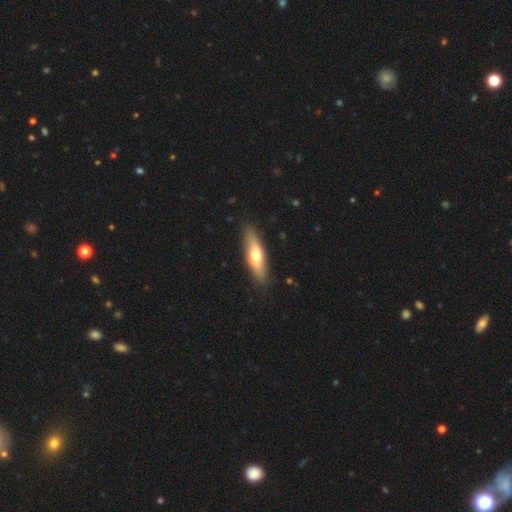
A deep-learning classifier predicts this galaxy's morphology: Smooth or featured?
  - smooth: 56% *
  - featured or disk: 39%
  - star or artifact: 5%
How rounded?
  - cigar-shaped: 60% *
  - in between: 38%
  - round: 2%
Merging?
  - none: 87% *
  - minor disturbance: 10%
  - major disturbance: 2%
  - merger: 1%